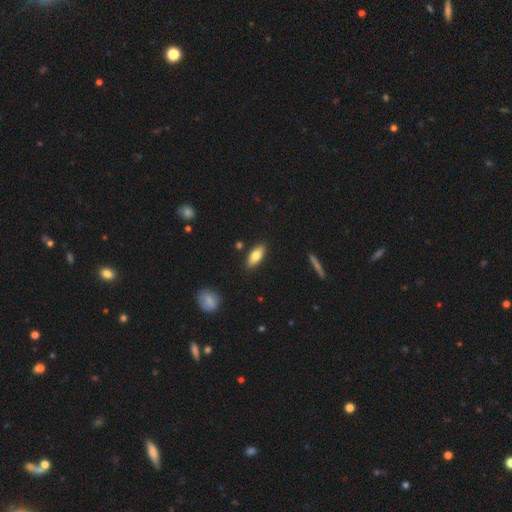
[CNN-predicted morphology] Smooth or featured? Predicted: smooth (p=0.77). How rounded? Predicted: in between (p=0.81). Merging? Predicted: none (p=0.86).